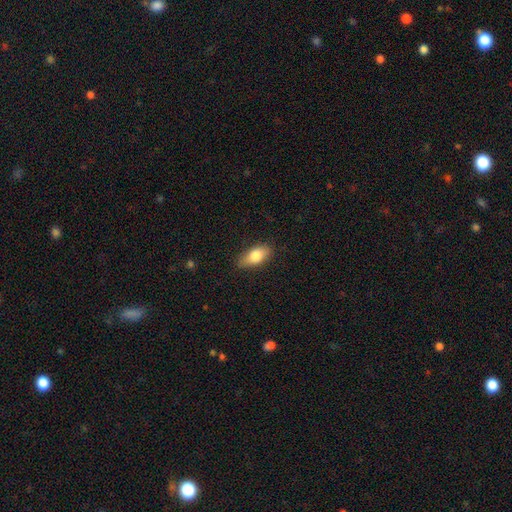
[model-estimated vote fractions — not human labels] smooth_or_featured: smooth (p=0.78) [alt: featured or disk p=0.15]
how_rounded: in between (p=0.85) [alt: cigar-shaped p=0.10]
merging: none (p=0.83) [alt: minor disturbance p=0.14]